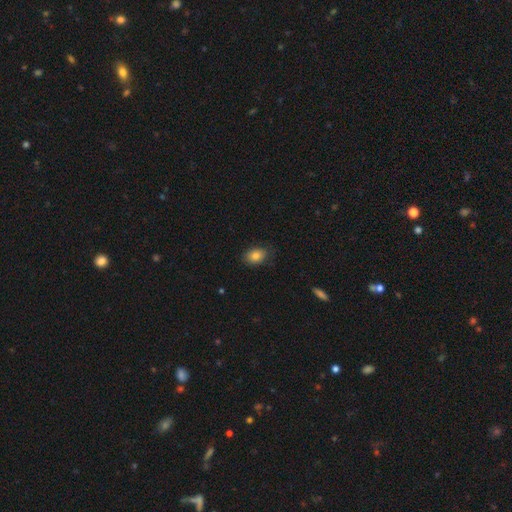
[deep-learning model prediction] smooth-or-featured: smooth: 82% | star or artifact: 9% | featured or disk: 9%
  how-rounded: in between: 75% | round: 24% | cigar-shaped: 1%
  merging: none: 79% | minor disturbance: 17% | major disturbance: 4% | merger: 1%